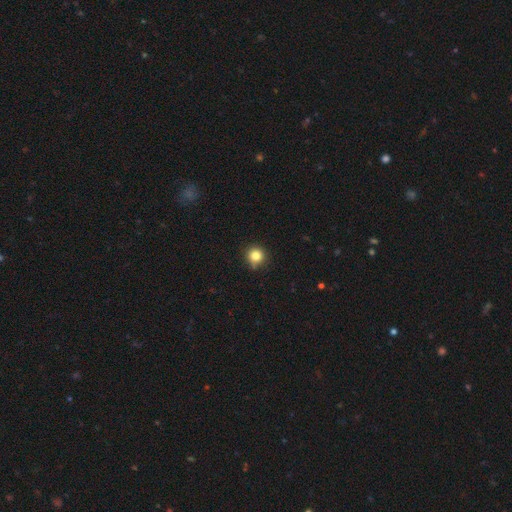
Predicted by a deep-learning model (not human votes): Smooth or featured?
  - smooth: 82% *
  - star or artifact: 12%
  - featured or disk: 5%
How rounded?
  - round: 93% *
  - in between: 6%
  - cigar-shaped: 1%
Merging?
  - none: 82% *
  - minor disturbance: 13%
  - major disturbance: 2%
  - merger: 2%